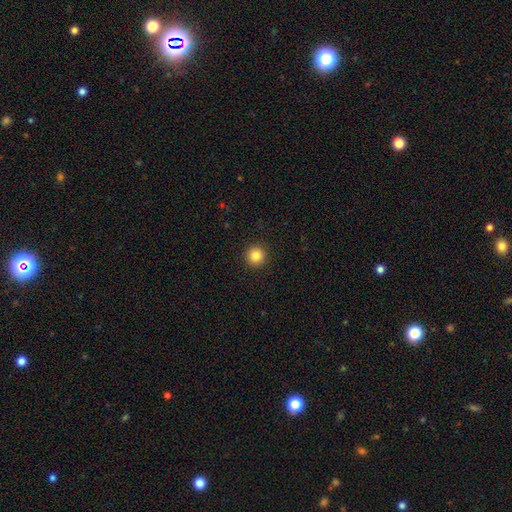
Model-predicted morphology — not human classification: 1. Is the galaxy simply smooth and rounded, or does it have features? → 84% smooth, 11% star or artifact, 5% featured or disk.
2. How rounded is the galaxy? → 96% round, 3% in between, 1% cigar-shaped.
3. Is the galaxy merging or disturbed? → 93% none, 4% minor disturbance, 2% major disturbance, 1% merger.